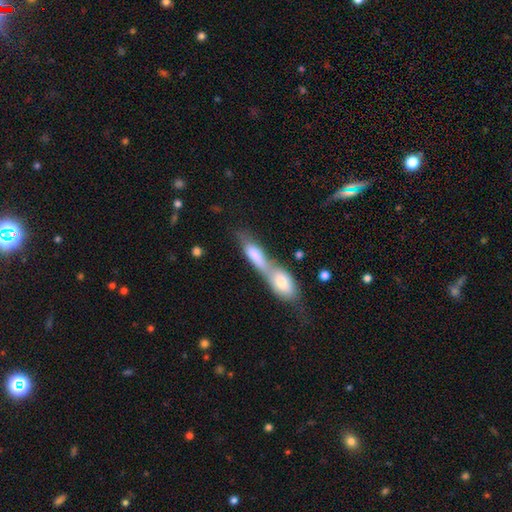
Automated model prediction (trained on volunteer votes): Smooth or featured: smooth — 65% (featured or disk — 27%)
How rounded: in between — 61% (cigar-shaped — 34%)
Merging: merger — 76% (none — 14%)